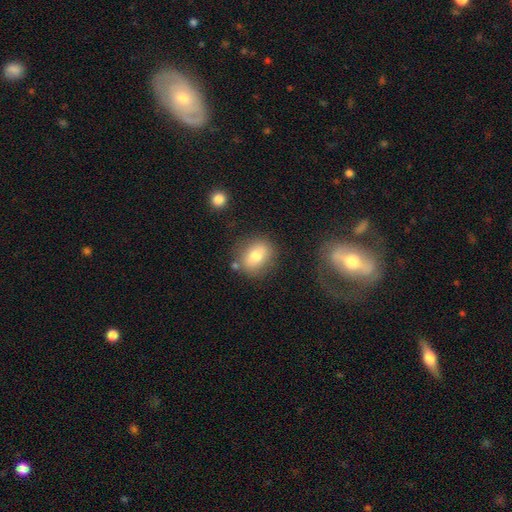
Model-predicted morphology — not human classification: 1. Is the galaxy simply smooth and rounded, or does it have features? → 74% smooth, 17% featured or disk, 9% star or artifact.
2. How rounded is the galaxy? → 51% in between, 48% round, 2% cigar-shaped.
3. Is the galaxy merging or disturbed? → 76% none, 14% minor disturbance, 5% merger, 5% major disturbance.